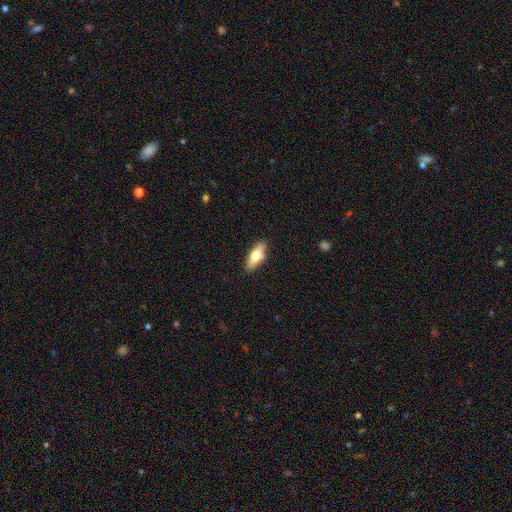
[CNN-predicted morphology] Q: Smooth or featured?
A: smooth (67%); runner-up: featured or disk (27%)
Q: How rounded?
A: in between (72%); runner-up: cigar-shaped (25%)
Q: Merging?
A: none (87%); runner-up: minor disturbance (10%)